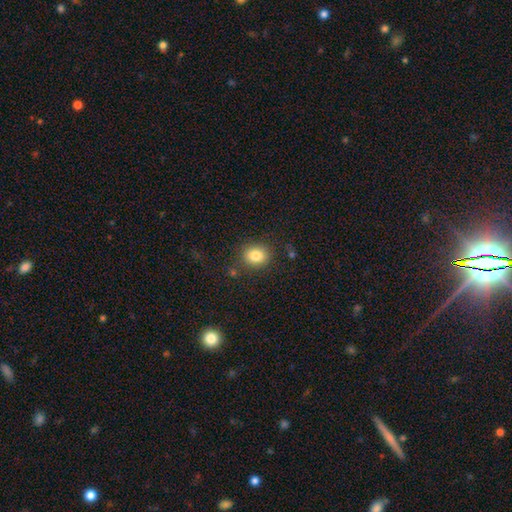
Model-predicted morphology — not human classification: The model was most divided on "how rounded": round: 67%, in between: 32%, cigar-shaped: 1%. More confident: merging — none (84%); smooth or featured — smooth (83%).